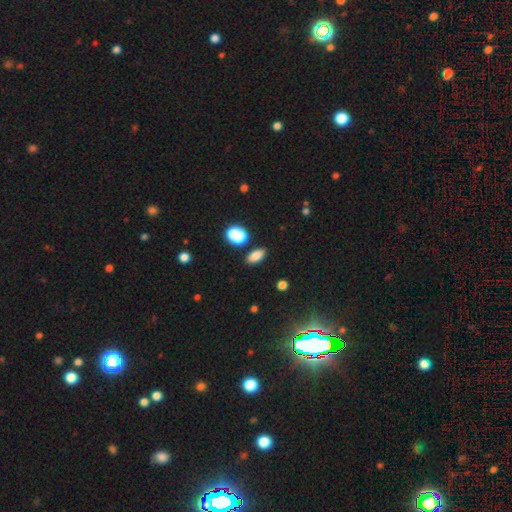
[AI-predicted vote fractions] The model was most divided on "smooth or featured": smooth: 81%, star or artifact: 12%, featured or disk: 6%. More confident: merging — none (82%); how rounded — in between (82%).